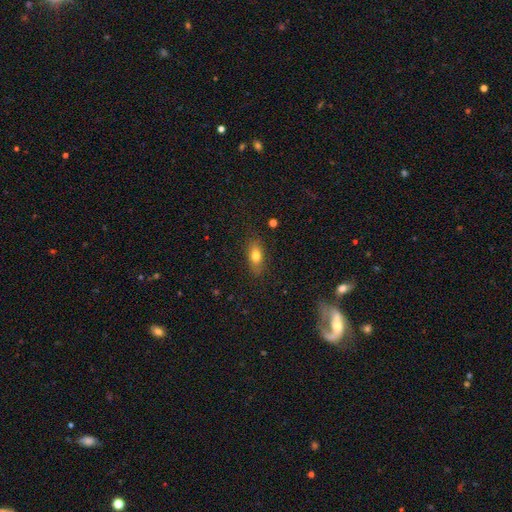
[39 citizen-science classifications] smooth-or-featured: smooth: 69% | featured or disk: 21% | star or artifact: 10%
  how-rounded: in between: 70% | cigar-shaped: 22% | round: 7%
  merging: none: 77% | minor disturbance: 17% | major disturbance: 6% | merger: 0%